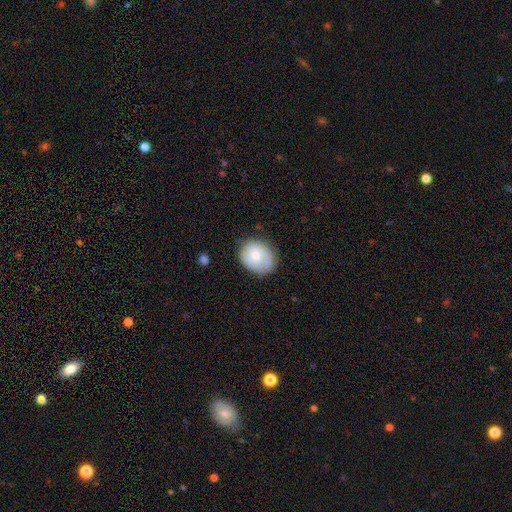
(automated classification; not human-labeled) This appears to be a smooth galaxy with no disk features (68%) that is round (58%). Merging: none (67%).